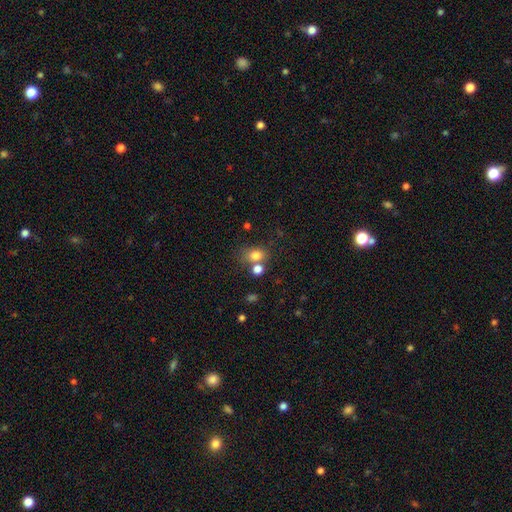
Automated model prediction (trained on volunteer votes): A smooth galaxy with no disk features (77%) that is in between round and cigar-shaped (55%). Merging: none (53%).